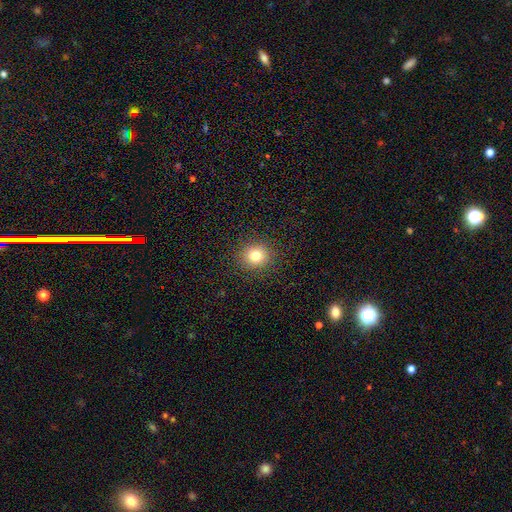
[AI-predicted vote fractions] Smooth or featured?
  - smooth: 78% *
  - star or artifact: 15%
  - featured or disk: 8%
How rounded?
  - round: 89% *
  - in between: 10%
  - cigar-shaped: 1%
Merging?
  - none: 90% *
  - minor disturbance: 6%
  - major disturbance: 3%
  - merger: 1%